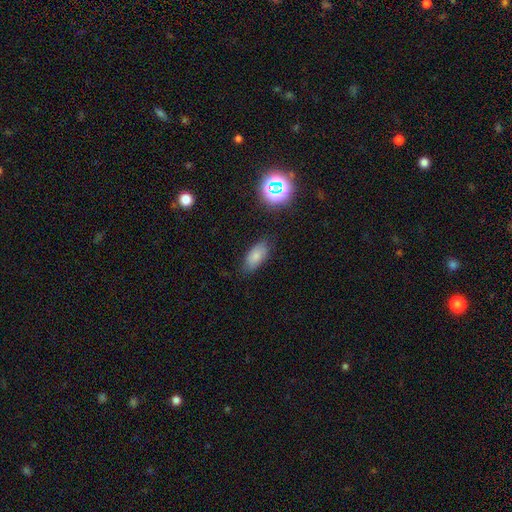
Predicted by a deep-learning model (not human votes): smooth 77%, star or artifact 13%, featured or disk 10%. Down the decision tree: how rounded — in between (90%); merging — none (78%).